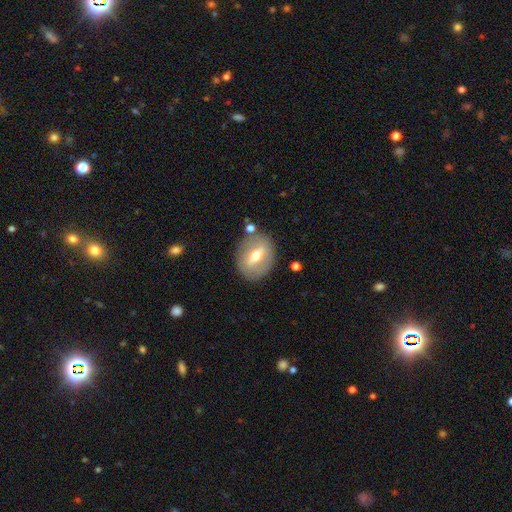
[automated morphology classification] This is possibly a featured or disk galaxy (53%). It is likely not viewed edge-on (79%). Merging: clearly none (81%).